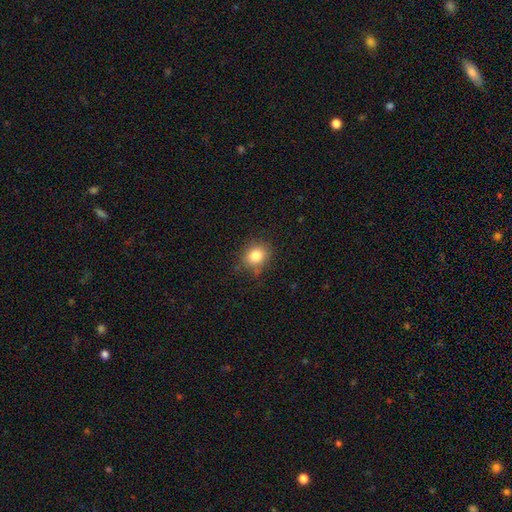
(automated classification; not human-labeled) Smooth or featured? smooth (82%)
How rounded? round (66%)
Merging? none (78%)